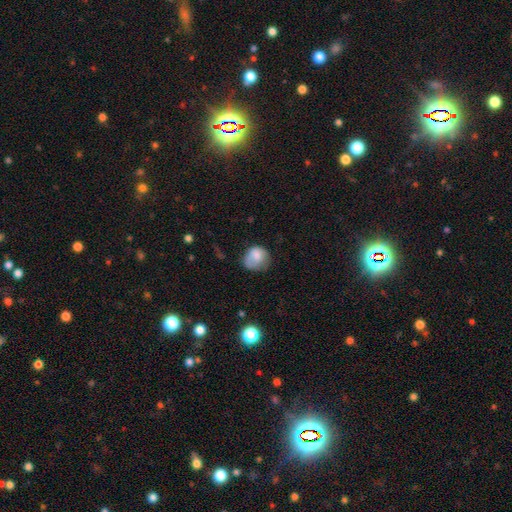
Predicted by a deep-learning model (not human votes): Q: Smooth or featured?
A: smooth (77%); runner-up: featured or disk (14%)
Q: How rounded?
A: round (67%); runner-up: in between (32%)
Q: Merging?
A: none (43%); runner-up: minor disturbance (34%)